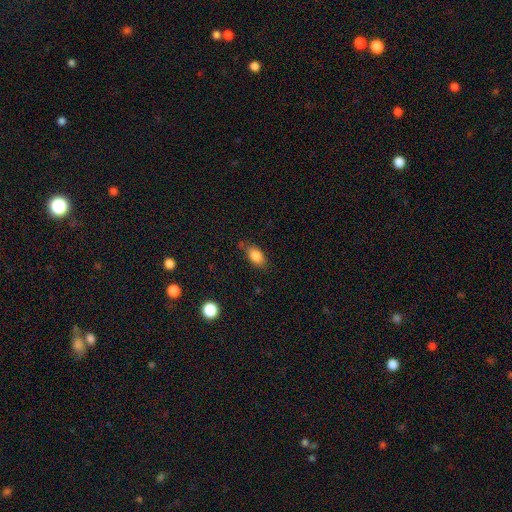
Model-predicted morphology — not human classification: Smooth or featured? Predicted: smooth (p=0.84). How rounded? Predicted: in between (p=0.87). Merging? Predicted: none (p=0.71).